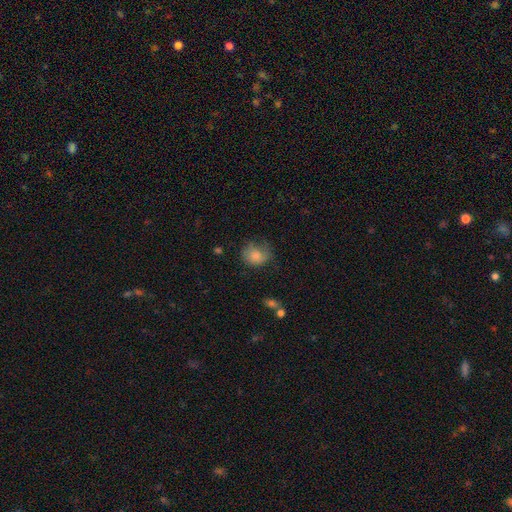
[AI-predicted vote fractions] Overall: smooth (80%). How rounded: round (65%; in between 35%). Merging: none (47%; minor disturbance 32%).